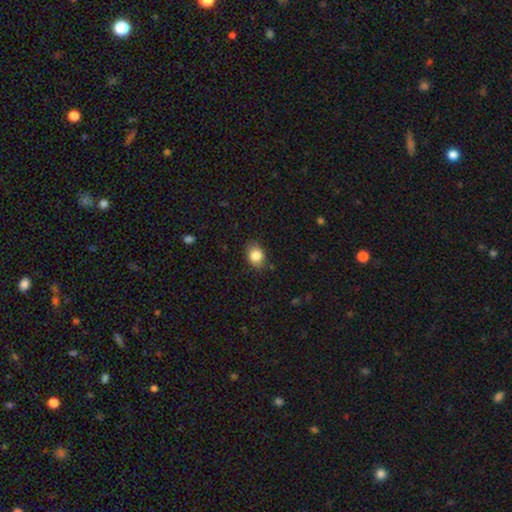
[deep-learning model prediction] This appears to be a smooth galaxy with no disk features (84%) that is in between round and cigar-shaped (58%). Merging: none (80%).